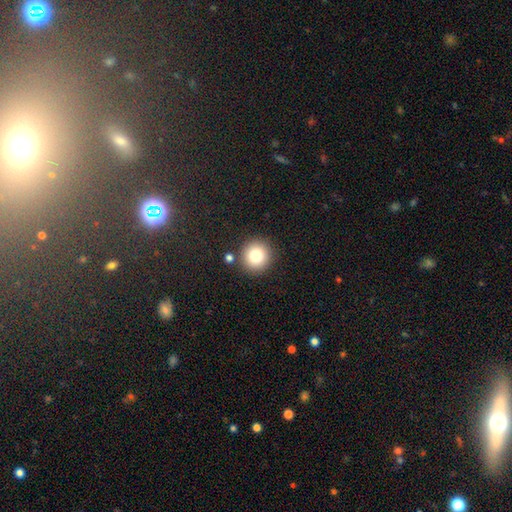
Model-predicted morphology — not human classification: smooth_or_featured: smooth (p=0.81) [alt: star or artifact p=0.11]
how_rounded: round (p=0.94) [alt: in between p=0.05]
merging: none (p=0.87) [alt: minor disturbance p=0.07]